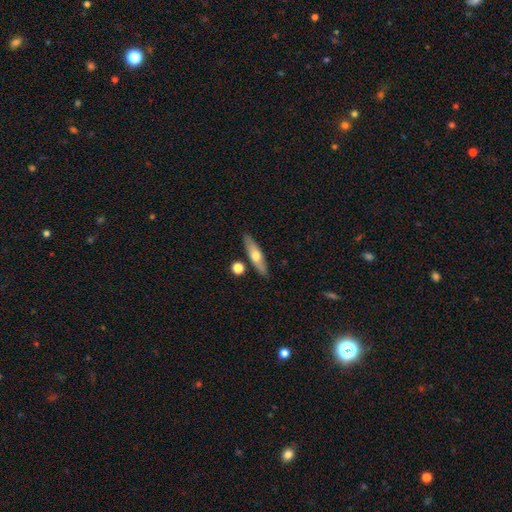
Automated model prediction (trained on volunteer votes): Overall: smooth (56%; featured or disk 38%). How rounded: cigar-shaped (67%; in between 30%). Merging: none (83%).